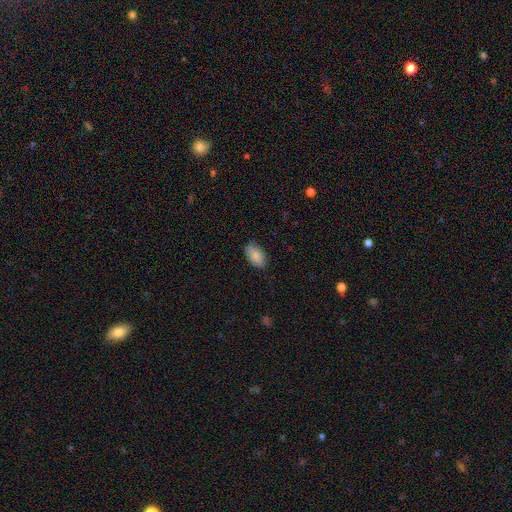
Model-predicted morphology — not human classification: A smooth galaxy with no disk features (87%) that is in between round and cigar-shaped (94%). Merging: none (82%).